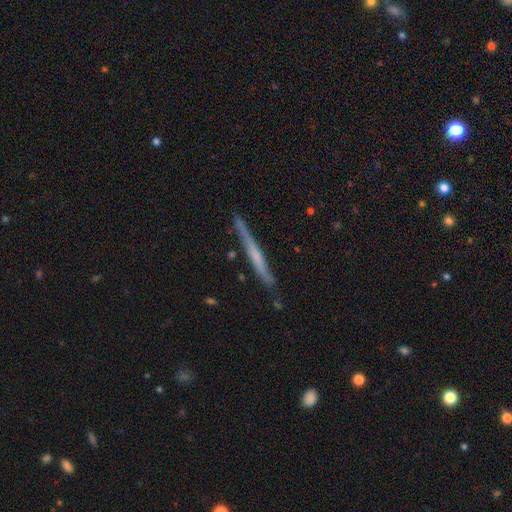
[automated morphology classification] Smooth or featured?
  - featured or disk: 56% *
  - smooth: 39%
  - star or artifact: 6%
Edge-on disk?
  - yes: 96% *
  - no: 4%
Edge-on bulge?
  - none: 70% *
  - rounded: 21%
  - boxy: 10%
Merging?
  - none: 82% *
  - minor disturbance: 13%
  - merger: 2%
  - major disturbance: 2%